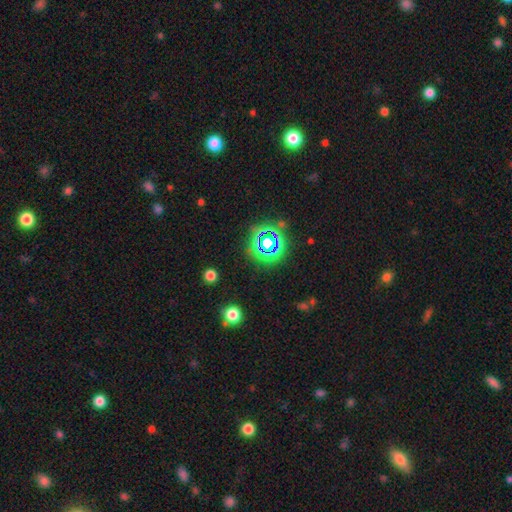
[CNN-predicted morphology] Overall: star or artifact (69%).